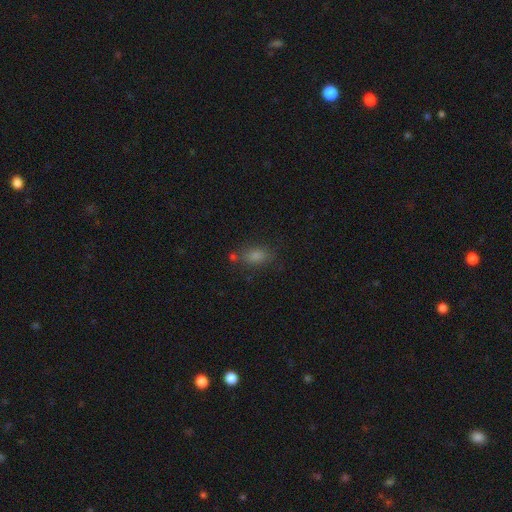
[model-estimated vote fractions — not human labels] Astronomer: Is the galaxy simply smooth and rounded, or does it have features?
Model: smooth — 73%.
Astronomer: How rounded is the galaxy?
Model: in between — 77%.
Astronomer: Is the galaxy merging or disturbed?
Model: none — 73%.